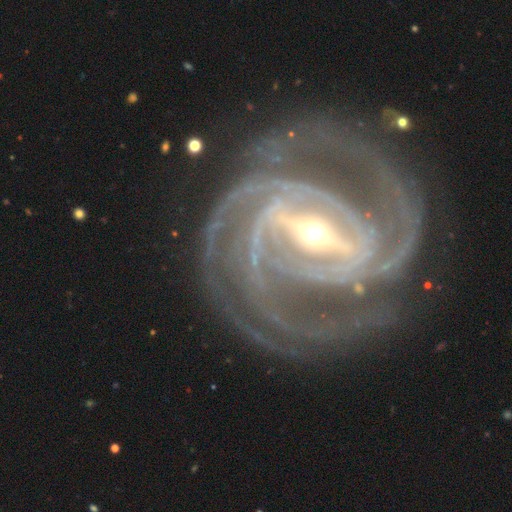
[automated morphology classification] This is clearly a featured or disk galaxy (93%). It is clearly not viewed edge-on (97%). Bar: likely strong (77%). Spiral arm pattern: clearly yes (99%). Spiral arm count: marginally 3 (25%, tied with 2). Spiral winding: likely tight (64%). Central bulge: possibly small (59%). Merging: likely none (74%).